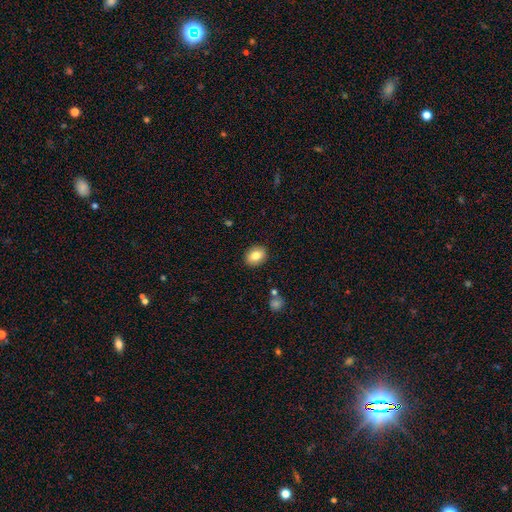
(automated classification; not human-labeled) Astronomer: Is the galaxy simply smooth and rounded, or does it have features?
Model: smooth — 79%.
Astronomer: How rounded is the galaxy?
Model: in between — 55% (runner-up: round, 44%).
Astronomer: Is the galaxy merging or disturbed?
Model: none — 89%.